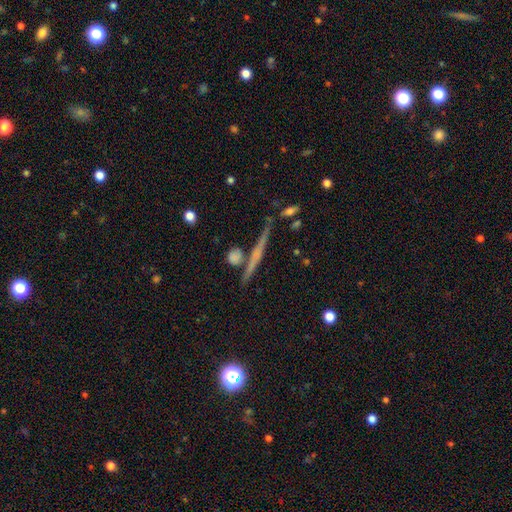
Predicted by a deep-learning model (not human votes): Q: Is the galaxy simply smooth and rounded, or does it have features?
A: featured or disk — 60%.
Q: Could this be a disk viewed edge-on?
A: yes — 96%.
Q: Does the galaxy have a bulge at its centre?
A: none — 66%.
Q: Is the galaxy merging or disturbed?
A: none — 80%.